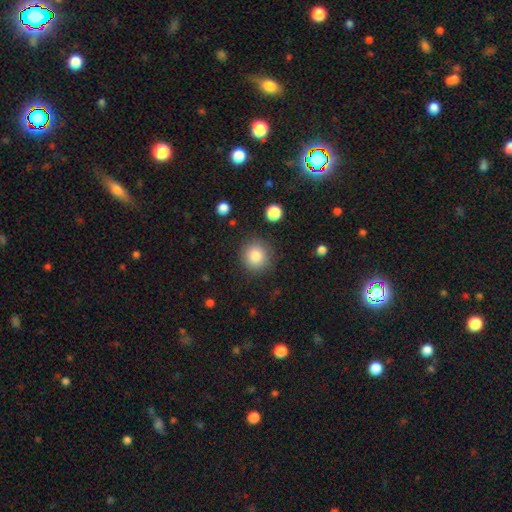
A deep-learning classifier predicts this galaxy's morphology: smooth 84%, star or artifact 10%, featured or disk 6%. Down the decision tree: how rounded — round (91%); merging — none (87%).